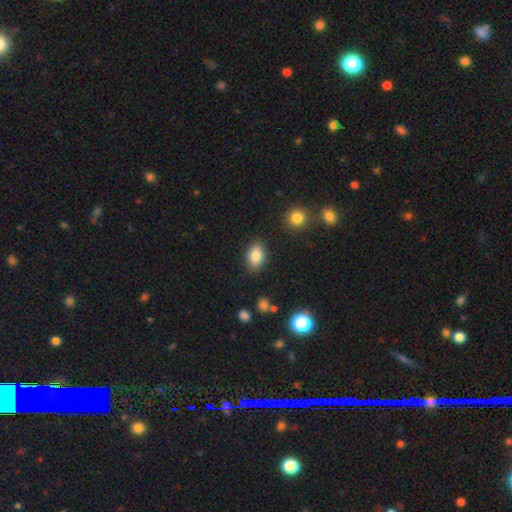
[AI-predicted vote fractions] This appears to be a smooth galaxy with no disk features (83%) that is in between round and cigar-shaped (84%). Merging: none (83%).